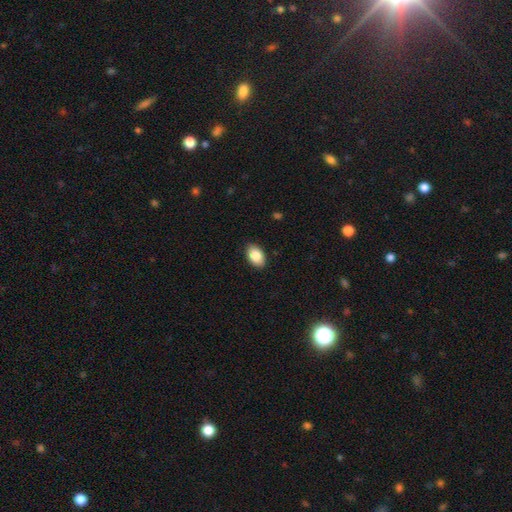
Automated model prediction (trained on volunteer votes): Q: Smooth or featured?
A: smooth (87%); runner-up: star or artifact (7%)
Q: How rounded?
A: in between (90%); runner-up: round (9%)
Q: Merging?
A: none (87%); runner-up: minor disturbance (10%)